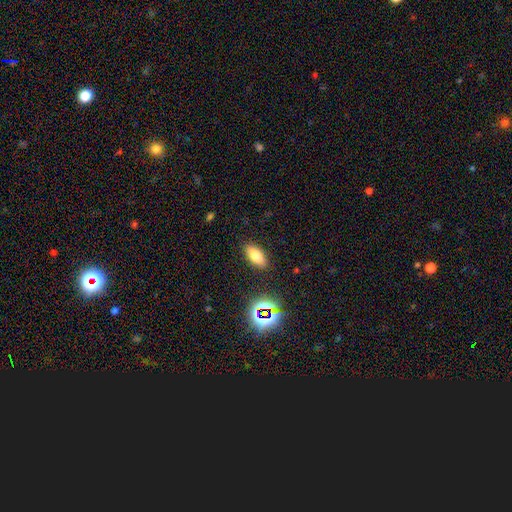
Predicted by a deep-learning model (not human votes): Smooth or featured? Predicted: smooth (p=0.74). How rounded? Predicted: in between (p=0.83). Merging? Predicted: none (p=0.87).